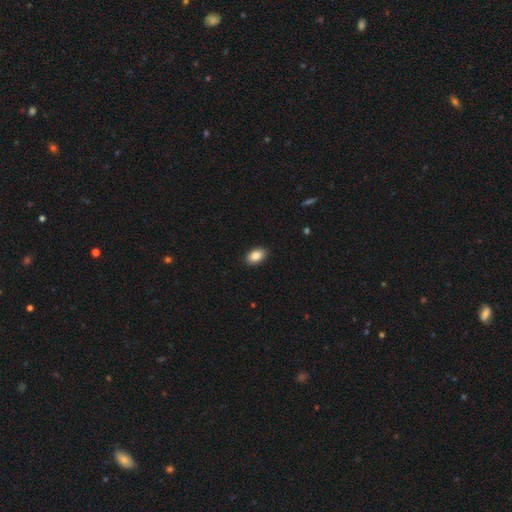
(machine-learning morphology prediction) smooth-or-featured: smooth: 88% | star or artifact: 7% | featured or disk: 5%
  how-rounded: in between: 90% | round: 9% | cigar-shaped: 1%
  merging: none: 90% | minor disturbance: 8% | major disturbance: 2% | merger: 1%